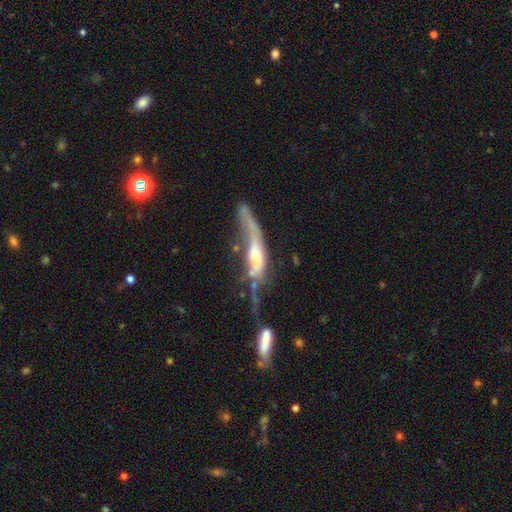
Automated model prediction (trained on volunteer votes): Morphology: type=featured or disk (55%); edge-on=no (55%); merging=major disturbance (43%).